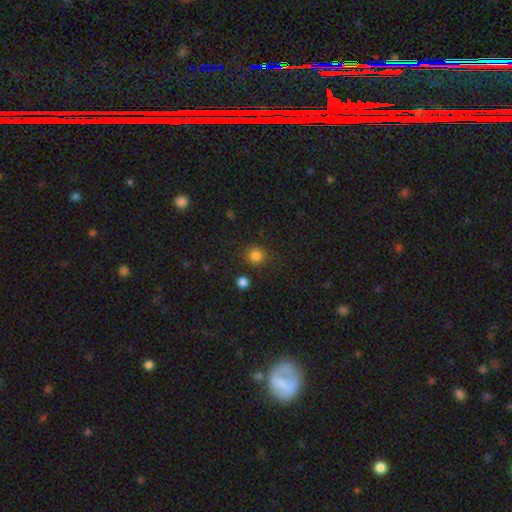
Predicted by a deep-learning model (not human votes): Smooth or featured? smooth (82%)
How rounded? round (90%)
Merging? none (85%)